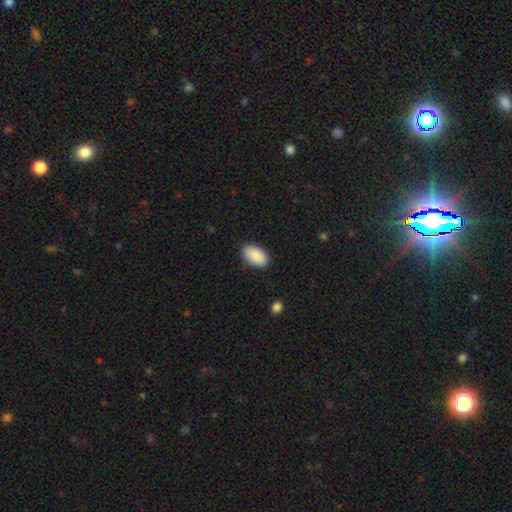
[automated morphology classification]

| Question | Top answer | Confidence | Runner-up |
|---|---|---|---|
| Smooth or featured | smooth | 90% | star or artifact (6%) |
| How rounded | in between | 94% | round (4%) |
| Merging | none | 86% | minor disturbance (10%) |